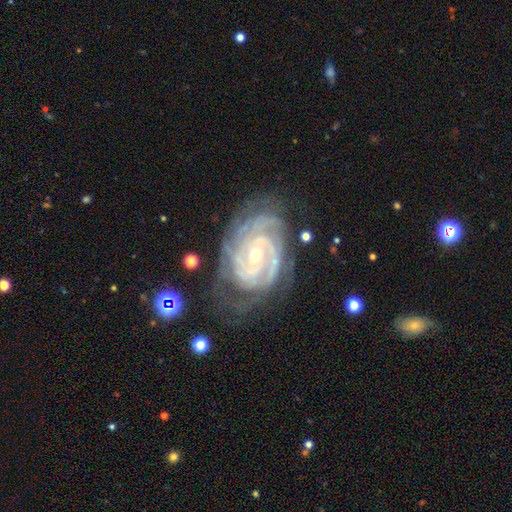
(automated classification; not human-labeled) A featured or disk galaxy (91%) with no bar (61%), 3 (29%) tight (78%) spiral arms (98%) and a small central bulge (56%). Merging: none (68%).